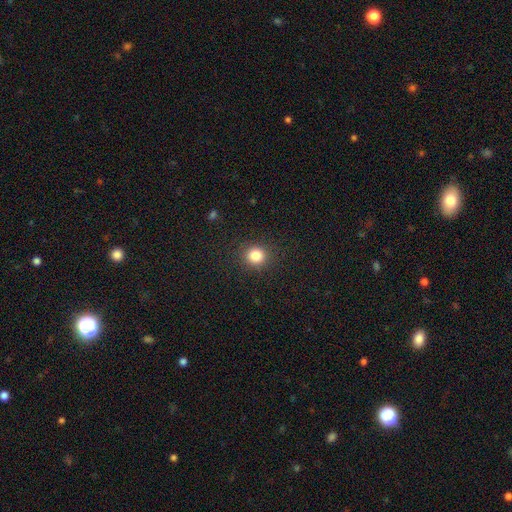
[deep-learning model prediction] smooth 84%, star or artifact 12%, featured or disk 4%. Down the decision tree: how rounded — round (88%); merging — none (90%).